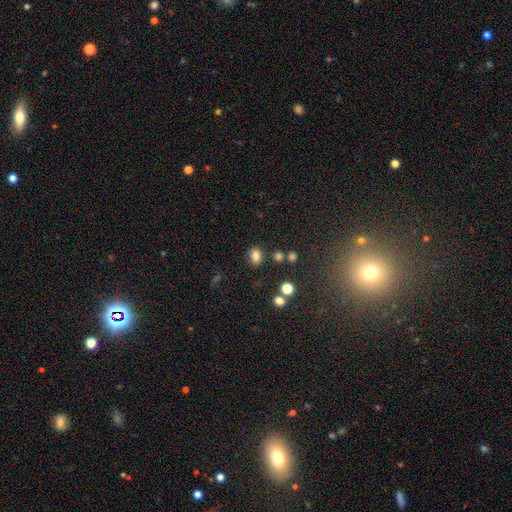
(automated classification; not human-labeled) smooth 80%, star or artifact 13%, featured or disk 7%. Down the decision tree: how rounded — in between (71%); merging — none (79%).